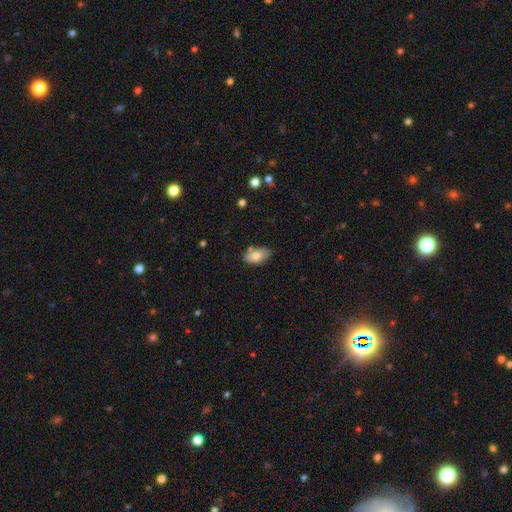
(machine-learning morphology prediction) smooth 78%, featured or disk 15%, star or artifact 7%. Down the decision tree: how rounded — in between (93%); merging — none (71%).